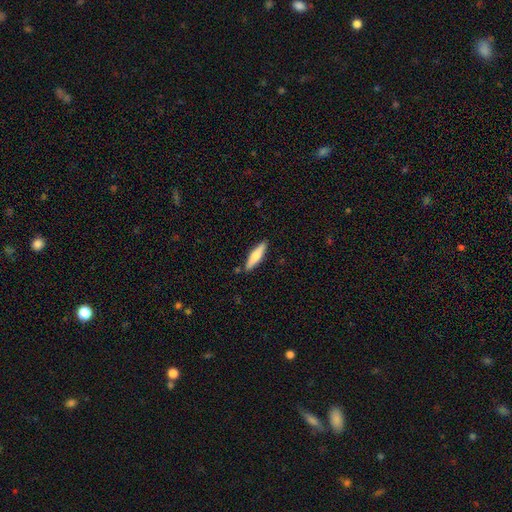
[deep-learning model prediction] smooth_or_featured: smooth (p=0.56) [alt: featured or disk p=0.39]
how_rounded: cigar-shaped (p=0.76) [alt: in between p=0.23]
merging: none (p=0.87) [alt: minor disturbance p=0.09]